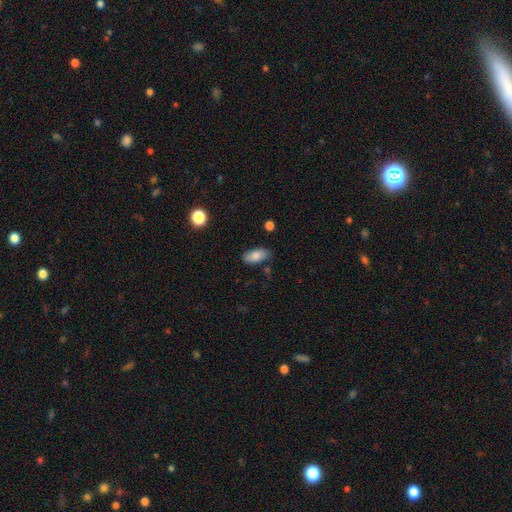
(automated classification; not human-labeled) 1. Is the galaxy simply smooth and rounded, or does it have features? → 82% smooth, 11% featured or disk, 7% star or artifact.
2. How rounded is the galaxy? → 92% in between, 5% cigar-shaped, 3% round.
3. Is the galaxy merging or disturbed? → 80% none, 15% minor disturbance, 3% major disturbance, 2% merger.